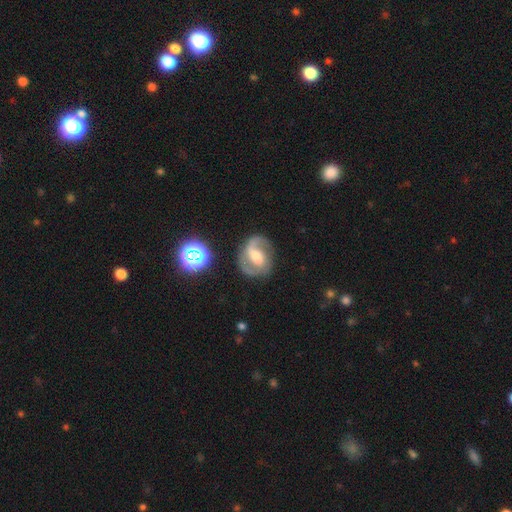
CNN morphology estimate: The model was most divided on "bar": weak: 47%, strong: 33%, no: 21%. More confident: edge-on disk — no (97%); spiral arms — yes (92%); spiral arm count — 2 (85%); smooth or featured — featured or disk (79%); merging — none (75%); bulge size — moderate (57%); spiral winding — medium (53%).